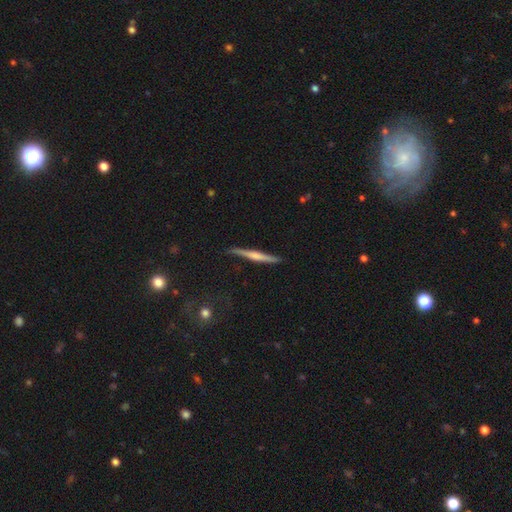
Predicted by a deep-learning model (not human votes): This is possibly a featured or disk galaxy (56%). It is clearly viewed edge-on (97%). Edge-on bulge: possibly rounded (50%). Merging: clearly none (84%).